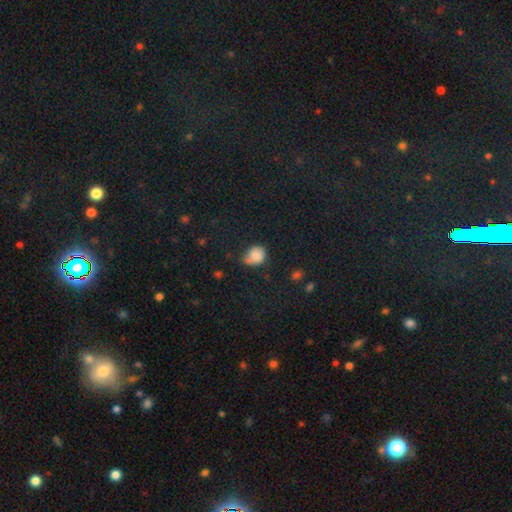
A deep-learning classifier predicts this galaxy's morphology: Overall: smooth (77%). How rounded: round (63%; in between 36%). Merging: none (43%; minor disturbance 40%).